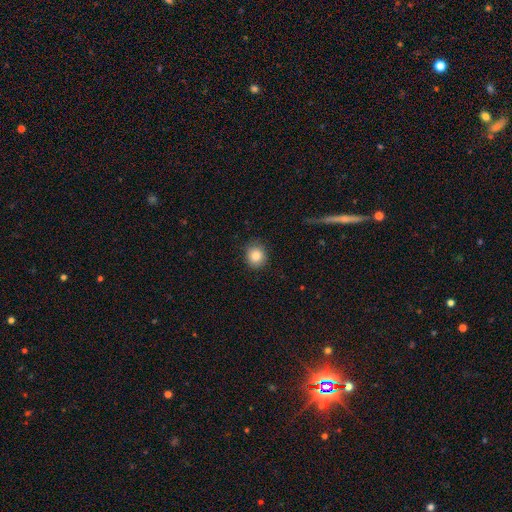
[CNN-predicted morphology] smooth_or_featured: smooth (p=0.86) [alt: star or artifact p=0.09]
how_rounded: round (p=0.78) [alt: in between p=0.21]
merging: none (p=0.86) [alt: minor disturbance p=0.10]